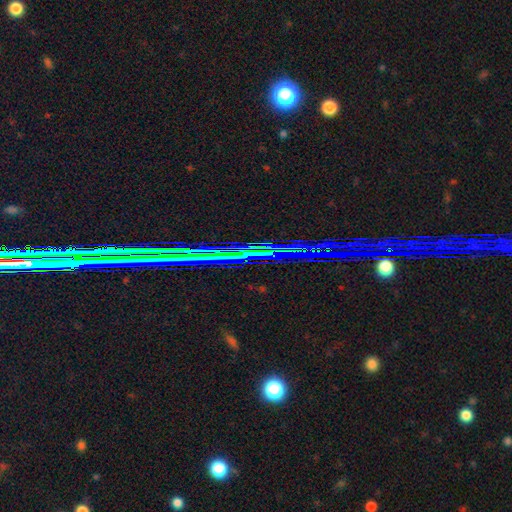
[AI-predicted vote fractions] star or artifact 77%, featured or disk 14%, smooth 9%.